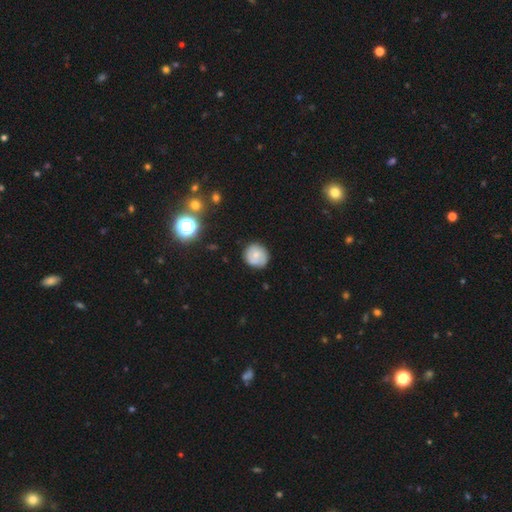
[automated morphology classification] Smooth or featured? Predicted: smooth (p=0.56). How rounded? Predicted: round (p=0.85). Merging? Predicted: none (p=0.78).